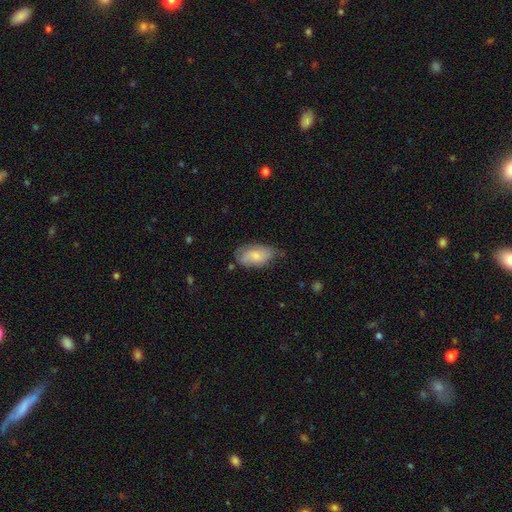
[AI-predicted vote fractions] Smooth or featured: smooth — 73% (featured or disk — 21%)
How rounded: in between — 93% (cigar-shaped — 4%)
Merging: none — 59% (minor disturbance — 31%)